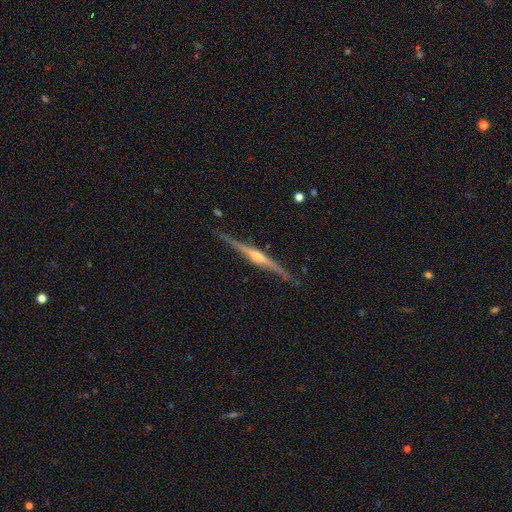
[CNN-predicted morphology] Smooth or featured? featured or disk (87%)
Edge-on disk? yes (98%)
Edge-on bulge? rounded (87%)
Merging? none (88%)